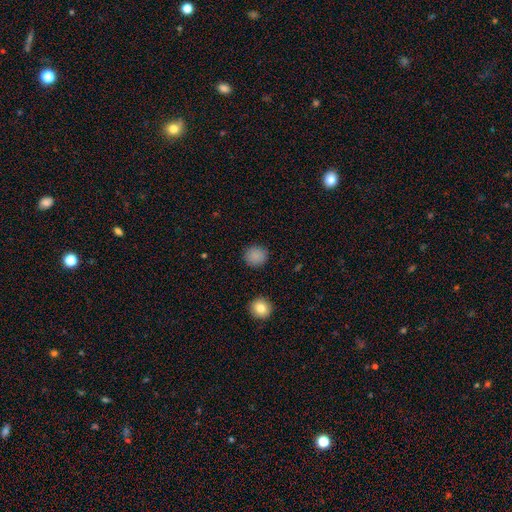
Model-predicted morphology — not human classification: Overall: smooth (87%). How rounded: round (90%). Merging: none (90%).